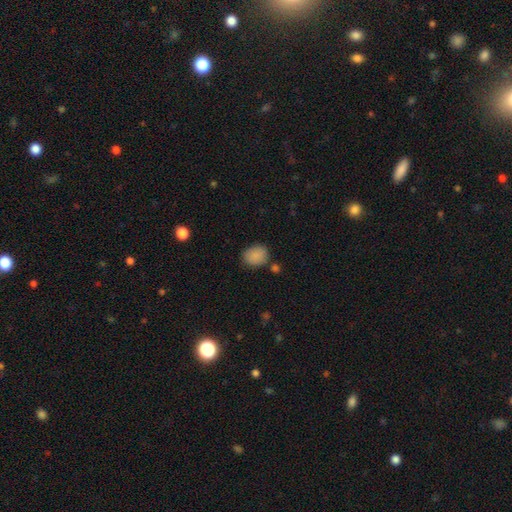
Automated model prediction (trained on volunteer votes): A smooth galaxy with no disk features (88%) that is in between round and cigar-shaped (52%). Merging: none (74%).